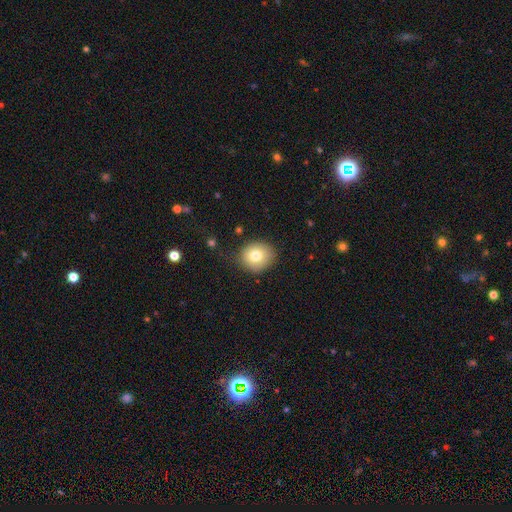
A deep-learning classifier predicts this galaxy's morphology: This appears to be a smooth galaxy with no disk features (77%) that is round (78%). Merging: none (79%).